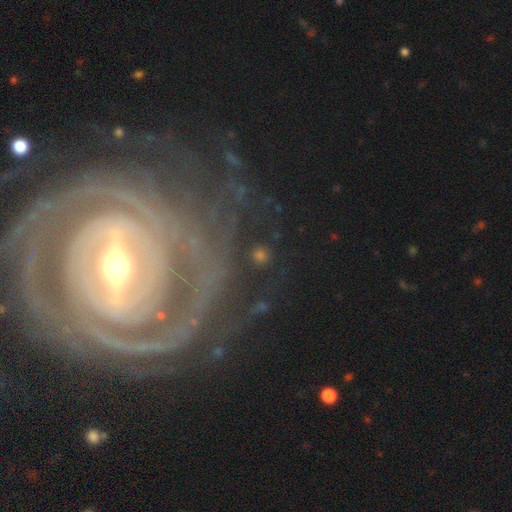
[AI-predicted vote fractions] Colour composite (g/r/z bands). It shows a featured or disk galaxy (84%) with a strong bar (58%), tight (74%) spiral arms (86%) and a moderate central bulge (53%). Merging: none (72%).